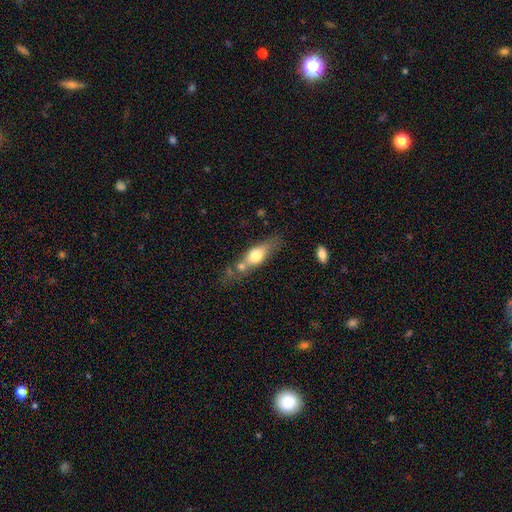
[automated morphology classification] type=smooth (59%); roundness=in between (53%); merging=none (47%).